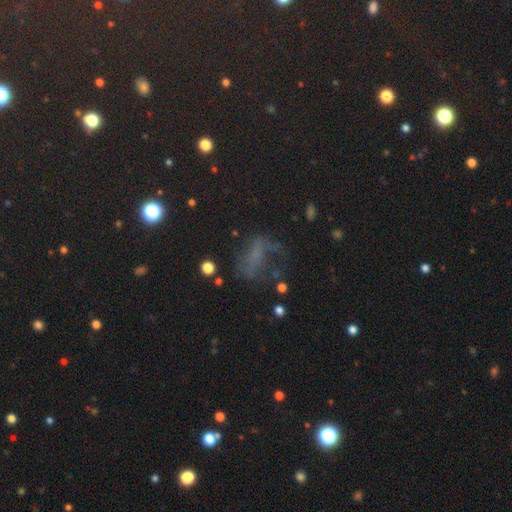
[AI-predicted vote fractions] smooth_or_featured: star or artifact (p=0.34) [alt: featured or disk p=0.33]